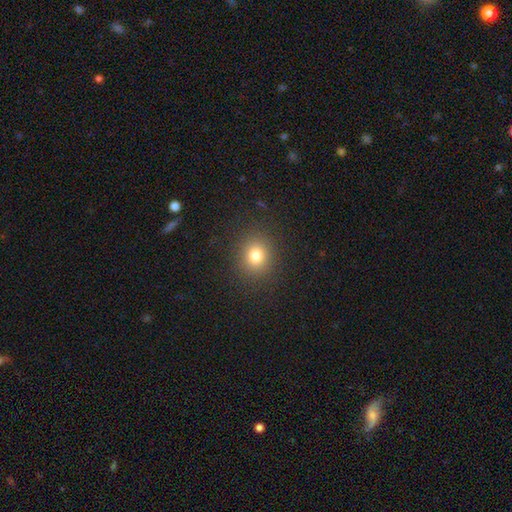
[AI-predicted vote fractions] Overall: smooth (78%). How rounded: round (78%). Merging: none (89%).